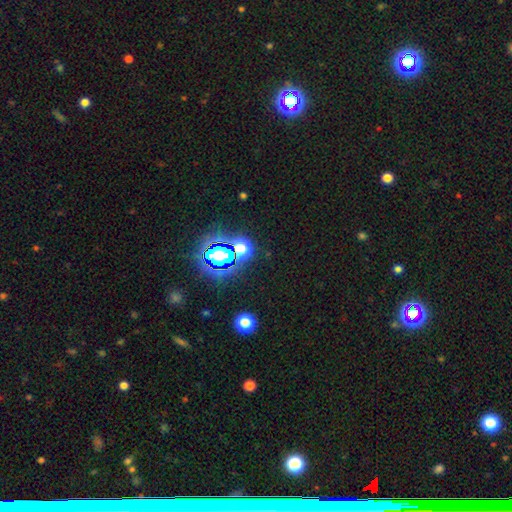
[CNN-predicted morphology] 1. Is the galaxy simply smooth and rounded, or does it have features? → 77% star or artifact, 14% smooth, 9% featured or disk.